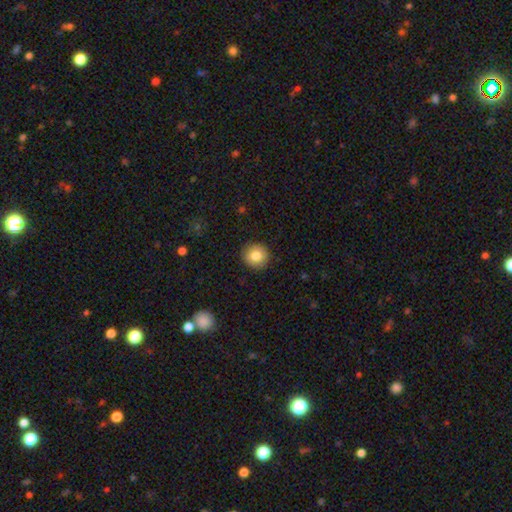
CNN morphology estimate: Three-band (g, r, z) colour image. It shows a smooth galaxy with no disk features (82%) that is round (92%). Merging: none (90%).